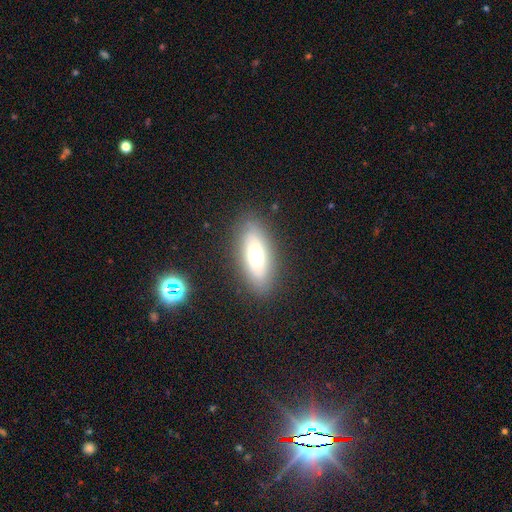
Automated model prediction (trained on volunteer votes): smooth-or-featured: smooth: 58% | featured or disk: 33% | star or artifact: 9%
  how-rounded: in between: 75% | cigar-shaped: 22% | round: 3%
  merging: none: 84% | minor disturbance: 11% | major disturbance: 3% | merger: 2%